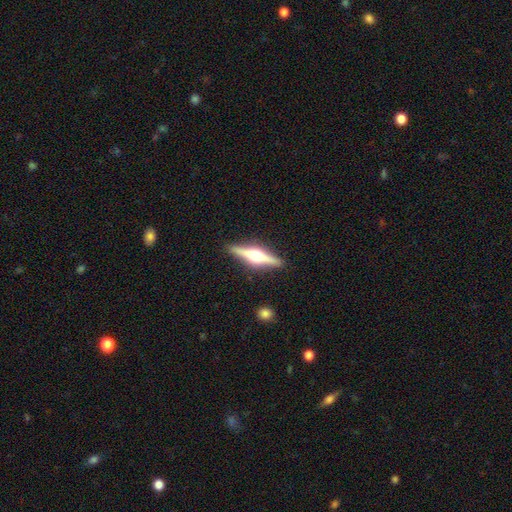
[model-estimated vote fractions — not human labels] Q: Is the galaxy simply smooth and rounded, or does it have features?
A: featured or disk — 76%.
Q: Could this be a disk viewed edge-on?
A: yes — 98%.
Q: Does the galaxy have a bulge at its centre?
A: rounded — 94%.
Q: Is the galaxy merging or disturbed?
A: none — 90%.